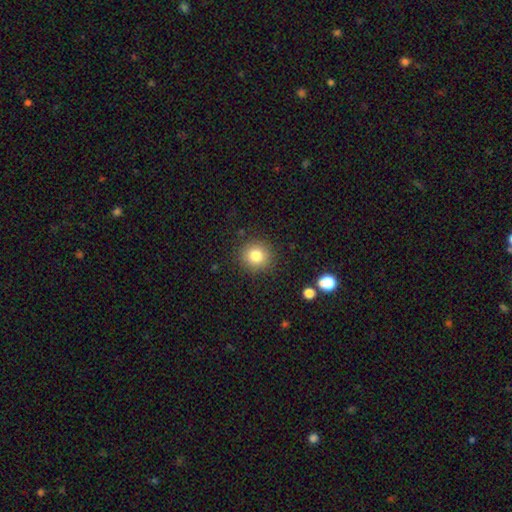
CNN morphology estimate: type=smooth (82%); roundness=round (90%); merging=none (89%).